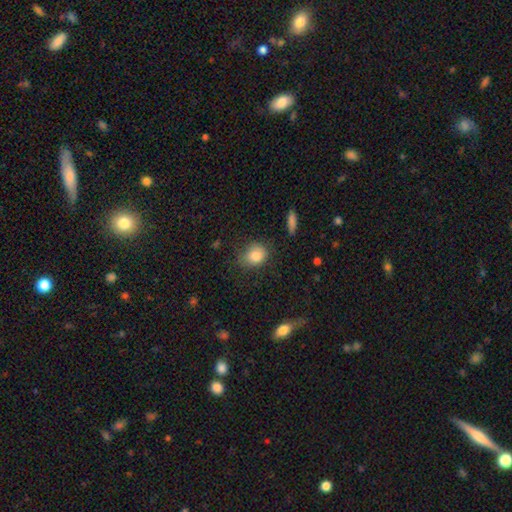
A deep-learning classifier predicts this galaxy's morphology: smooth-or-featured: smooth: 83% | star or artifact: 9% | featured or disk: 8%
  how-rounded: in between: 50% | round: 49% | cigar-shaped: 1%
  merging: none: 61% | minor disturbance: 27% | major disturbance: 9% | merger: 3%